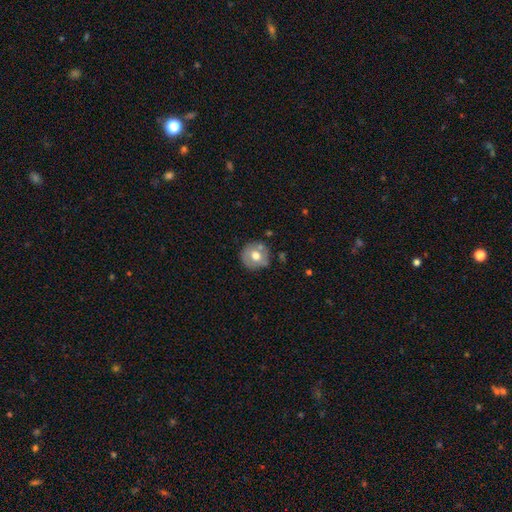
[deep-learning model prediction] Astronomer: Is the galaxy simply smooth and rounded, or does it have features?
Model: smooth — 61%.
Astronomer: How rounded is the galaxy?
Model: round — 91%.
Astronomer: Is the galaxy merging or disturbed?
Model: none — 75%.